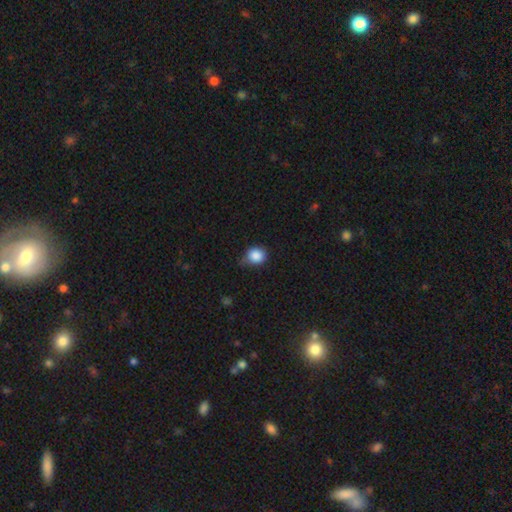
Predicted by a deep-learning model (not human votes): A smooth galaxy with no disk features (87%) that is round (78%). Merging: none (56%).